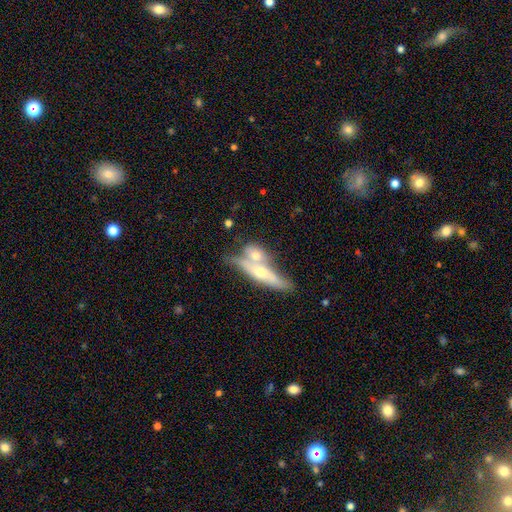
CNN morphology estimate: Overall: smooth (47%, tied with featured or disk). Merging: merger (59%; none 27%).